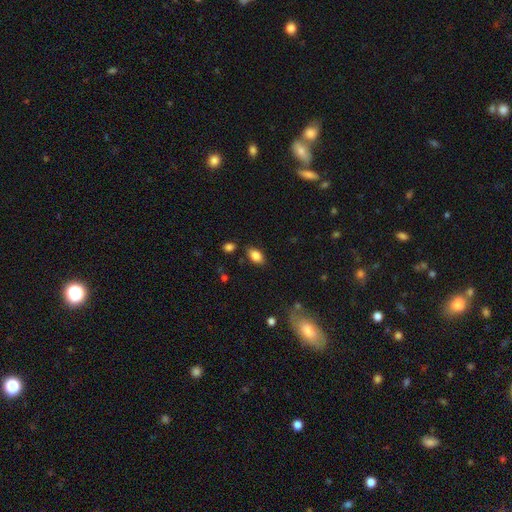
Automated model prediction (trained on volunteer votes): Morphology: type=smooth (84%); roundness=in between (90%); merging=none (83%).